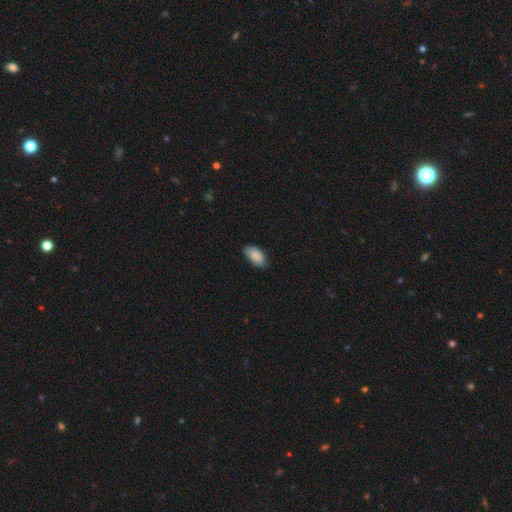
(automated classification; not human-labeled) Smooth or featured: smooth — 89% (star or artifact — 6%)
How rounded: in between — 94% (cigar-shaped — 3%)
Merging: none — 77% (minor disturbance — 19%)